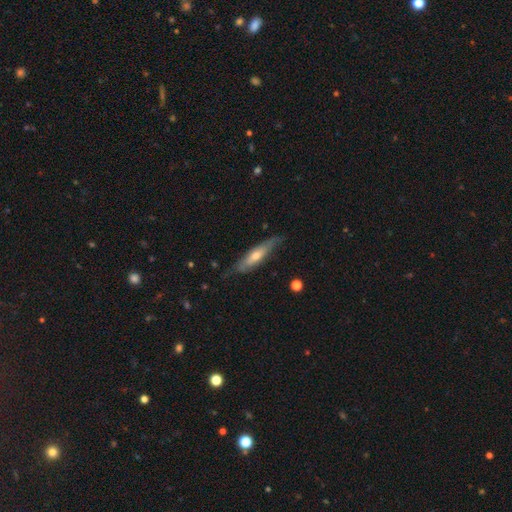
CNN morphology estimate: smooth-or-featured: featured or disk: 54% | smooth: 40% | star or artifact: 6%
  disk-edge-on: yes: 60% | no: 40%
  merging: none: 69% | minor disturbance: 23% | major disturbance: 6% | merger: 2%